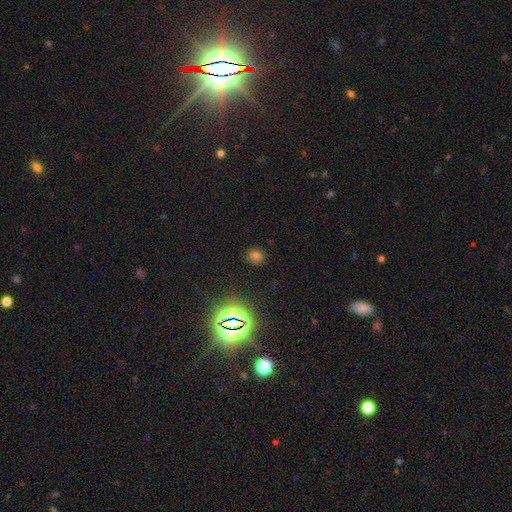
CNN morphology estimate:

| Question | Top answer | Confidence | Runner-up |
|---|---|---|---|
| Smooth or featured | smooth | 55% | star or artifact (35%) |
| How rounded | round | 61% | in between (38%) |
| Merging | none | 84% | minor disturbance (11%) |